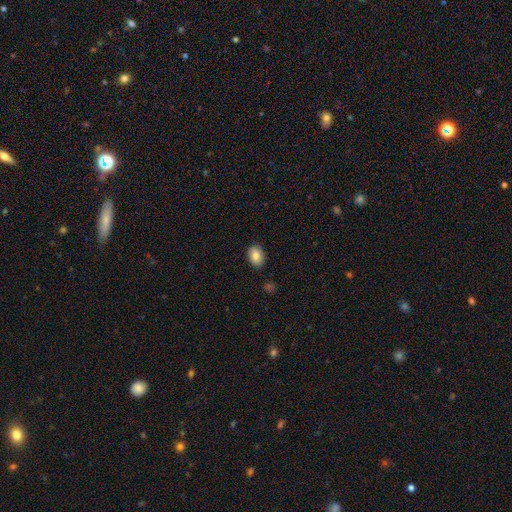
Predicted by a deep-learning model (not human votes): This appears to be a smooth galaxy with no disk features (86%) that is in between round and cigar-shaped (80%). Merging: none (87%).